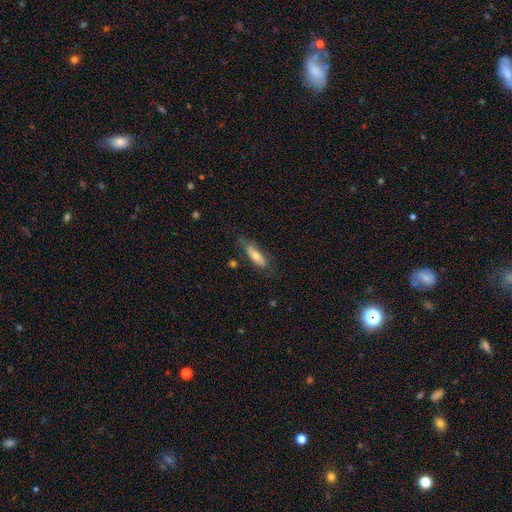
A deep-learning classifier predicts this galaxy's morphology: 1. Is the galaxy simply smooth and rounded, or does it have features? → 64% smooth, 29% featured or disk, 7% star or artifact.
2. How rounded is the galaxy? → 55% in between, 43% cigar-shaped, 2% round.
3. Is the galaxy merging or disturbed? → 63% none, 25% minor disturbance, 9% major disturbance, 2% merger.